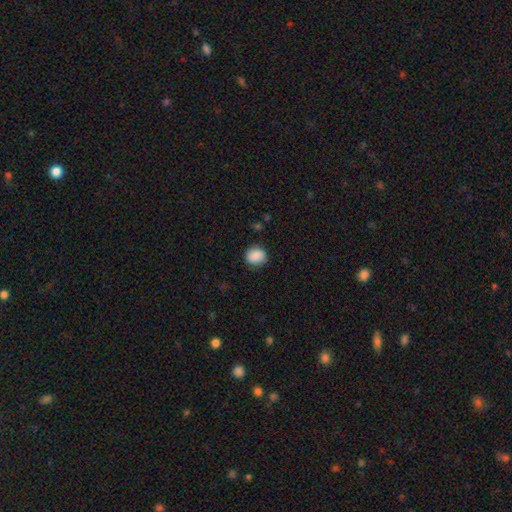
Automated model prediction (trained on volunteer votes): smooth 85%, star or artifact 8%, featured or disk 7%. Down the decision tree: how rounded — round (82%); merging — none (85%).